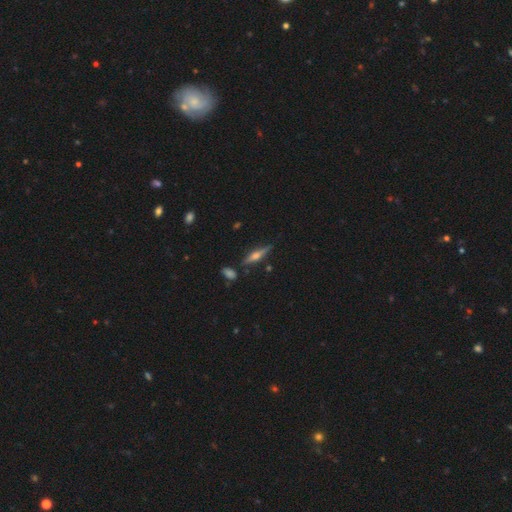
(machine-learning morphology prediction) smooth-or-featured: featured or disk: 66% | smooth: 26% | star or artifact: 8%
  disk-edge-on: yes: 96% | no: 4%
    edge-on-bulge: rounded: 90% | boxy: 6% | none: 4%
  merging: none: 77% | minor disturbance: 14% | merger: 6% | major disturbance: 3%